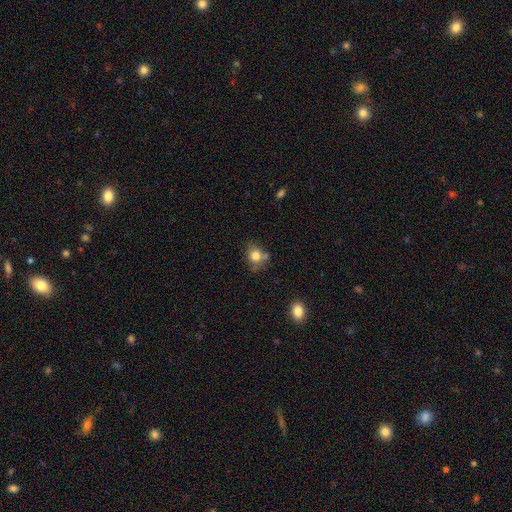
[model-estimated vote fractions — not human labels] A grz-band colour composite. It shows a smooth galaxy with no disk features (79%) that is round (66%). Merging: none (56%).